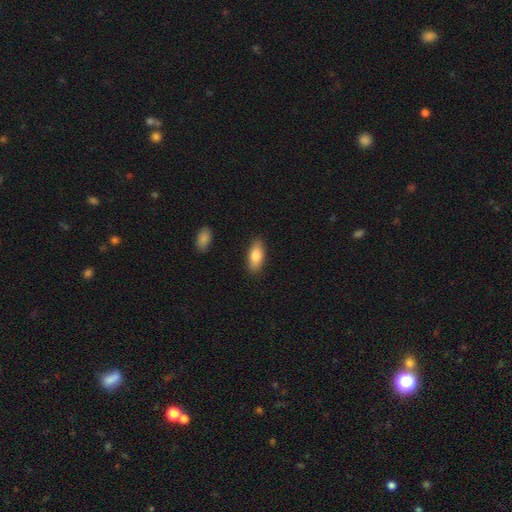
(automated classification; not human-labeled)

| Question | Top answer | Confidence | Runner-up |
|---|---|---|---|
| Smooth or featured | smooth | 82% | featured or disk (11%) |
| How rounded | in between | 85% | cigar-shaped (12%) |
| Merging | none | 87% | minor disturbance (10%) |